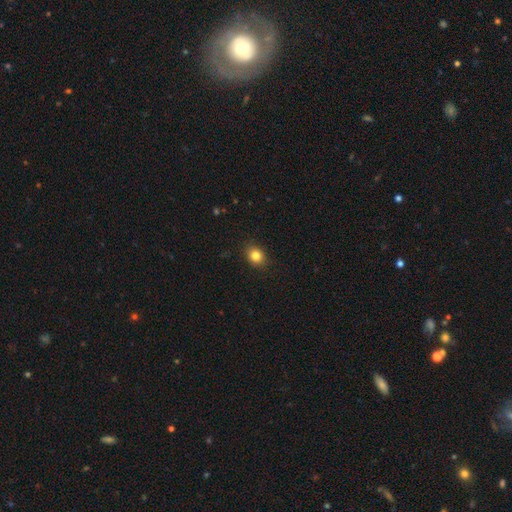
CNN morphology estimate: Smooth or featured?
  - smooth: 83% *
  - star or artifact: 11%
  - featured or disk: 6%
How rounded?
  - round: 61% *
  - in between: 38%
  - cigar-shaped: 1%
Merging?
  - none: 90% *
  - minor disturbance: 8%
  - major disturbance: 2%
  - merger: 1%